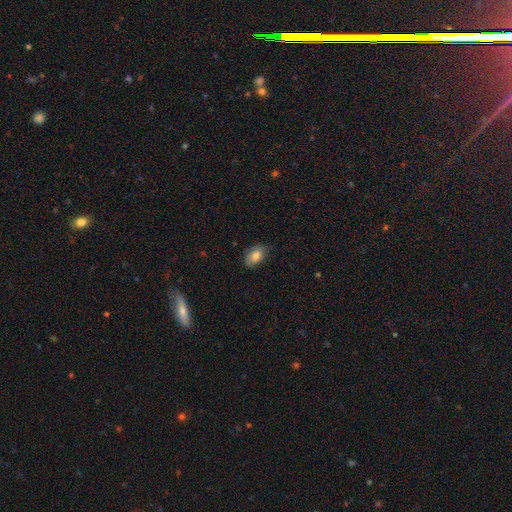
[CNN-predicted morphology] A smooth galaxy with no disk features (80%) that is in between round and cigar-shaped (90%). Merging: none (74%).